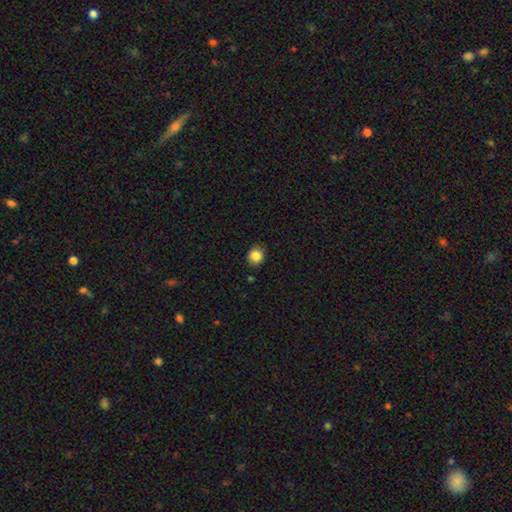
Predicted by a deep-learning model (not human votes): Morphology: type=smooth (86%); roundness=round (81%); merging=none (87%).